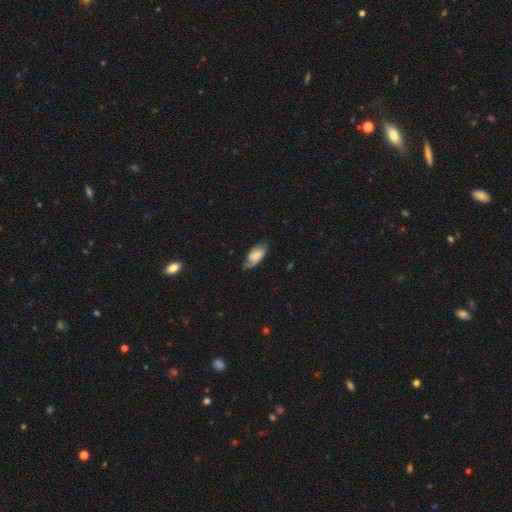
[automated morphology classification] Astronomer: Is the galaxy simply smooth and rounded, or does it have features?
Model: smooth — 53% (runner-up: featured or disk, 39%).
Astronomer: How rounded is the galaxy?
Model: in between — 88%.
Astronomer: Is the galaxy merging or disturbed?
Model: none — 64%.